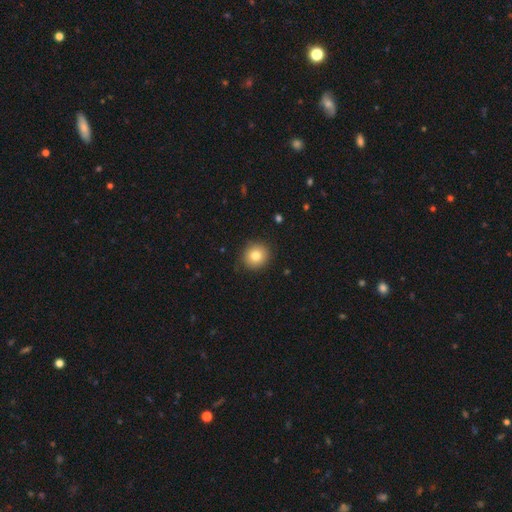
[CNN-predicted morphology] Smooth or featured? smooth (80%)
How rounded? round (89%)
Merging? none (89%)